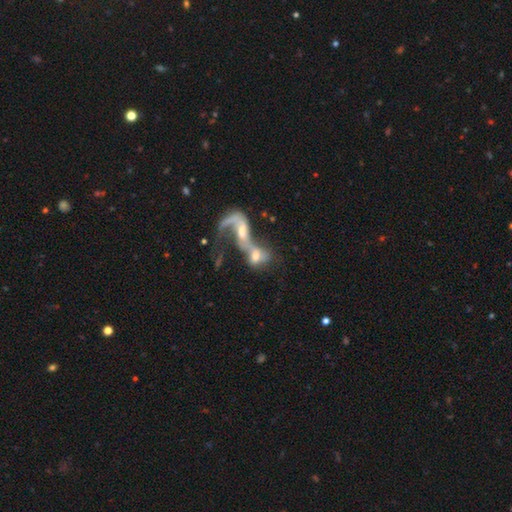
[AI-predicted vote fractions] This is possibly a featured or disk galaxy (56%). It is clearly not viewed edge-on (92%). Bar: possibly no (54%). Spiral arm pattern: possibly yes (59%). Central bulge: possibly moderate (46%). Merging: likely merger (79%).